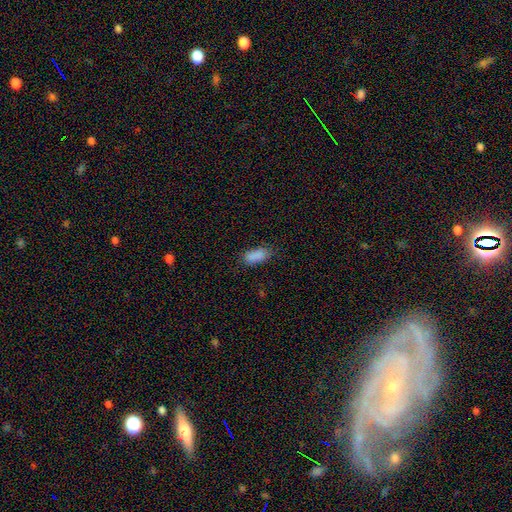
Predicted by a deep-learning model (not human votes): Q: Smooth or featured?
A: smooth (86%); runner-up: star or artifact (9%)
Q: How rounded?
A: in between (89%); runner-up: cigar-shaped (8%)
Q: Merging?
A: none (74%); runner-up: minor disturbance (19%)